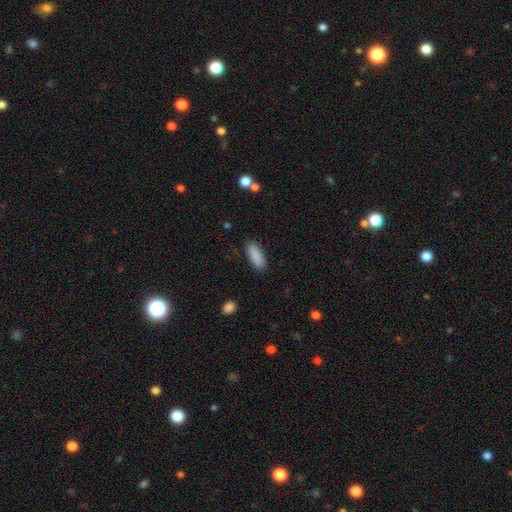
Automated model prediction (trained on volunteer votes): Smooth or featured: smooth — 89% (star or artifact — 6%)
How rounded: in between — 71% (cigar-shaped — 27%)
Merging: none — 88% (minor disturbance — 8%)